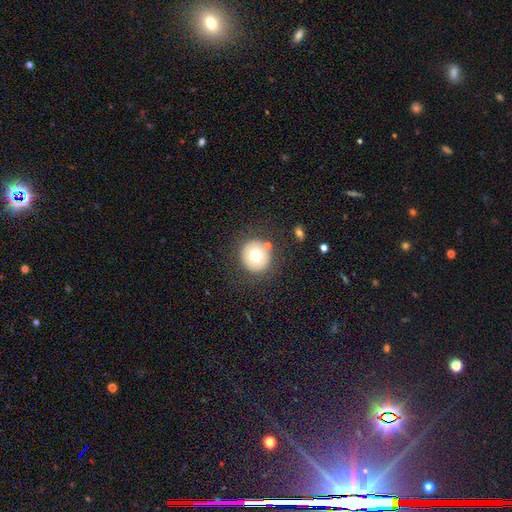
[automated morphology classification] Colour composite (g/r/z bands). It shows a smooth galaxy with no disk features (70%) that is round (93%). Merging: none (82%).